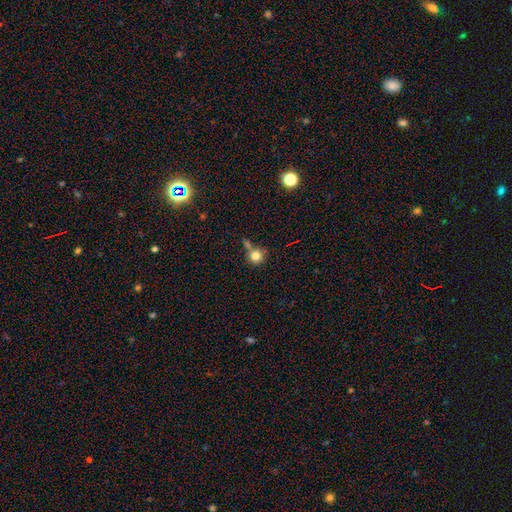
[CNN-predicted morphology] Smooth or featured? smooth (80%)
How rounded? round (91%)
Merging? none (61%)